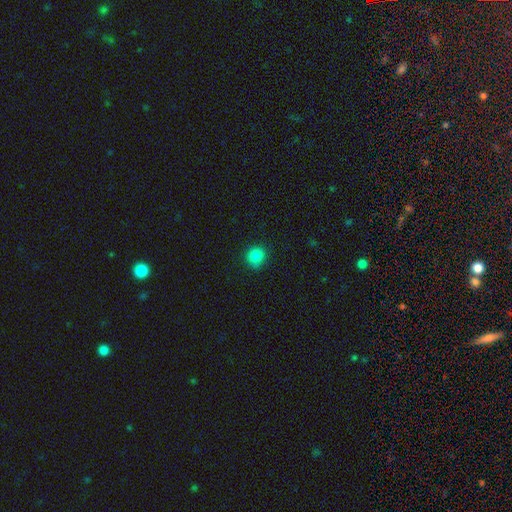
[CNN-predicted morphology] Smooth or featured? smooth (85%)
How rounded? round (87%)
Merging? none (85%)